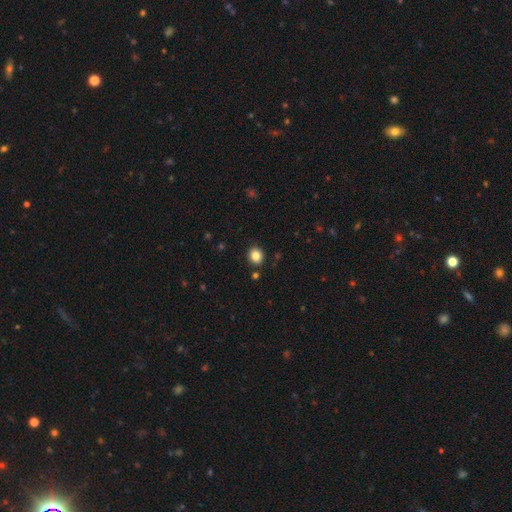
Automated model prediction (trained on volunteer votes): The model was most divided on "how rounded": round: 75%, in between: 24%, cigar-shaped: 1%. More confident: merging — none (89%); smooth or featured — smooth (84%).